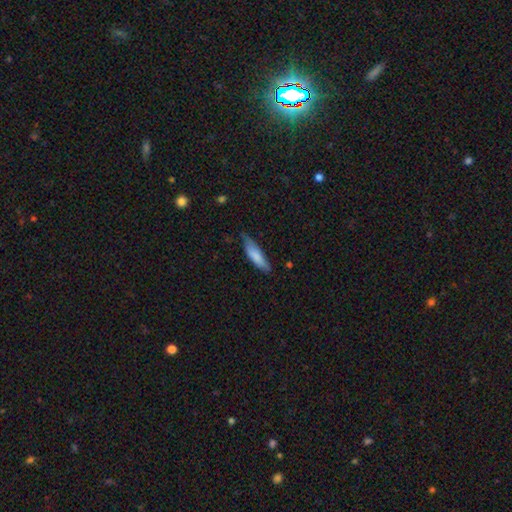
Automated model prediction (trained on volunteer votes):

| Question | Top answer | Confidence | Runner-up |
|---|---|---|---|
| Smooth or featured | smooth | 80% | featured or disk (15%) |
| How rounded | cigar-shaped | 61% | in between (37%) |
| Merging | none | 60% | minor disturbance (32%) |